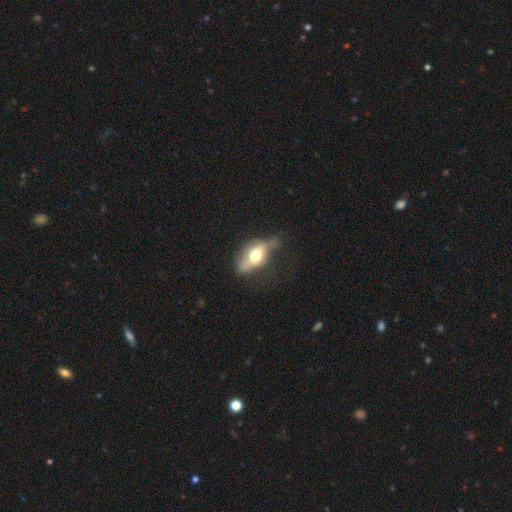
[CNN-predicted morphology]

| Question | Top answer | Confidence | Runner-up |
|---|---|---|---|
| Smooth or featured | smooth | 50% | featured or disk (42%) |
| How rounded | in between | 81% | cigar-shaped (11%) |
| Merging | none | 44% | minor disturbance (33%) |